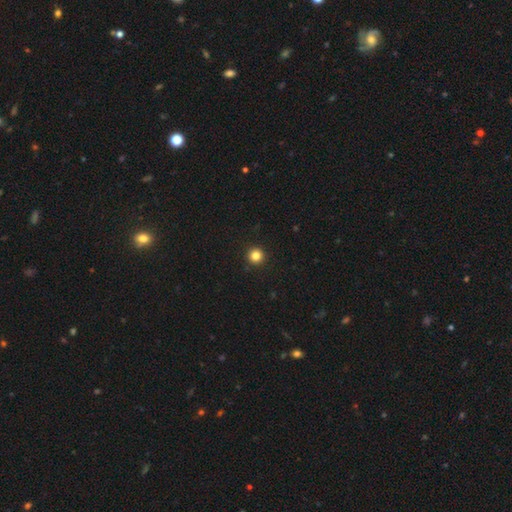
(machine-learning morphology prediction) Smooth or featured? smooth (84%)
How rounded? round (96%)
Merging? none (94%)